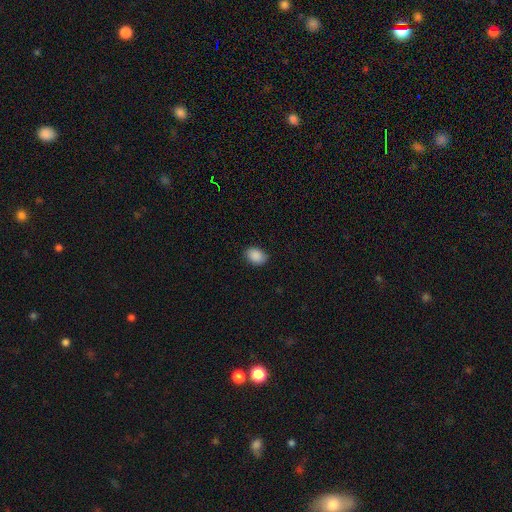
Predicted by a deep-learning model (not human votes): A smooth galaxy with no disk features (89%) that is in between round and cigar-shaped (72%).

Vote fractions:
- Smooth or featured? smooth: 89% / star or artifact: 7% / featured or disk: 3%
- How rounded? in between: 72% / round: 27% / cigar-shaped: 1%
- Merging? none: 84% / minor disturbance: 12% / major disturbance: 2% / merger: 1%